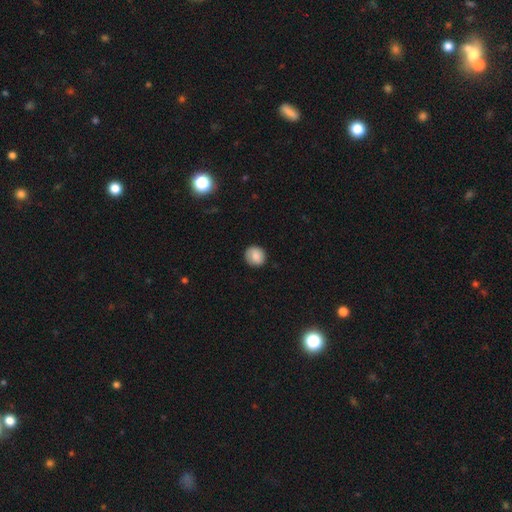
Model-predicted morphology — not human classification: A smooth galaxy with no disk features (83%) that is round (88%).

Vote fractions:
- Smooth or featured? smooth: 83% / featured or disk: 9% / star or artifact: 8%
- How rounded? round: 88% / in between: 11% / cigar-shaped: 1%
- Merging? none: 86% / minor disturbance: 11% / major disturbance: 2% / merger: 1%